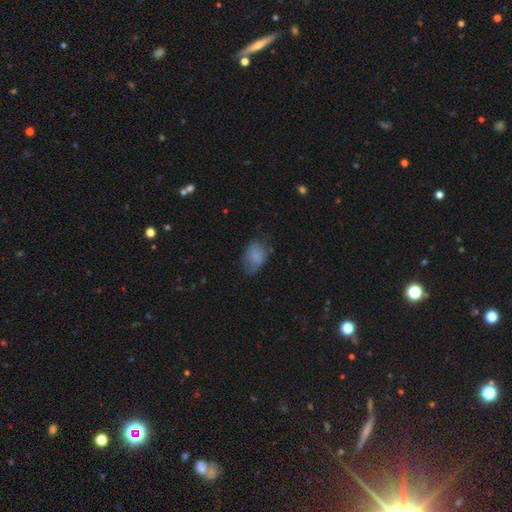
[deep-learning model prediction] Q: Smooth or featured?
A: smooth (77%); runner-up: featured or disk (14%)
Q: How rounded?
A: in between (84%); runner-up: round (15%)
Q: Merging?
A: none (55%); runner-up: minor disturbance (30%)